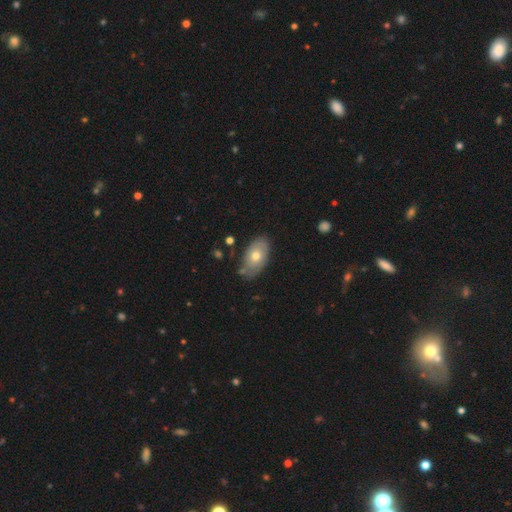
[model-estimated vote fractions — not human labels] This appears to be a smooth galaxy with no disk features (60%) that is in between round and cigar-shaped (91%). Merging: none (72%).